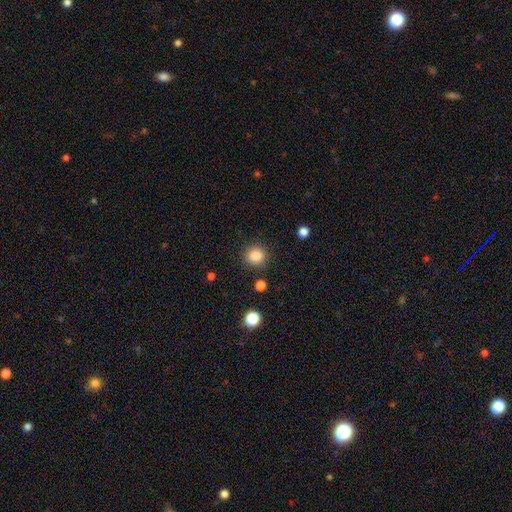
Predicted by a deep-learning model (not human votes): Smooth or featured? Predicted: smooth (p=0.86). How rounded? Predicted: round (p=0.90). Merging? Predicted: none (p=0.88).